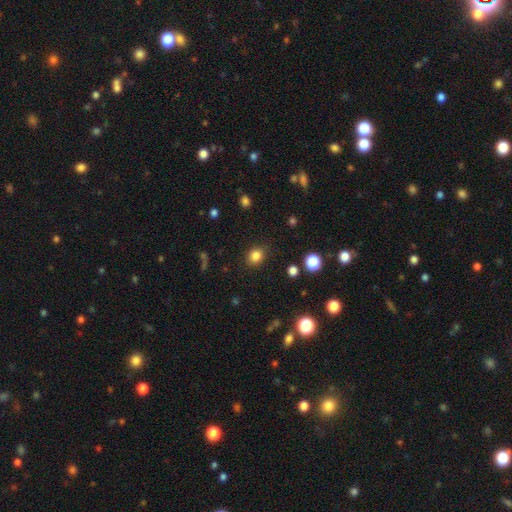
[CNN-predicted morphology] The model was most divided on "how rounded": round: 74%, in between: 25%, cigar-shaped: 1%. More confident: merging — none (87%); smooth or featured — smooth (84%).